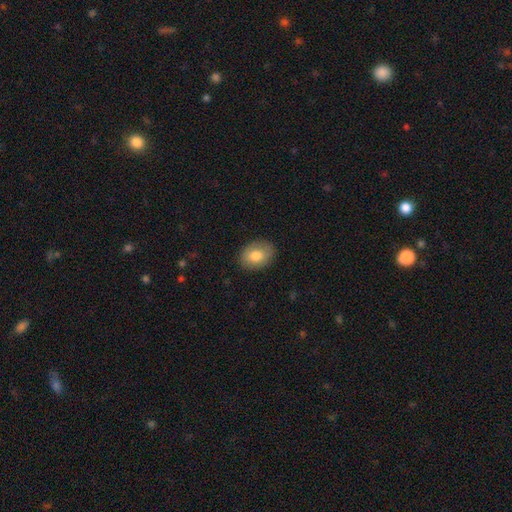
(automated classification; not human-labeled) This appears to be a smooth galaxy with no disk features (79%) that is in between round and cigar-shaped (70%). Merging: none (85%).